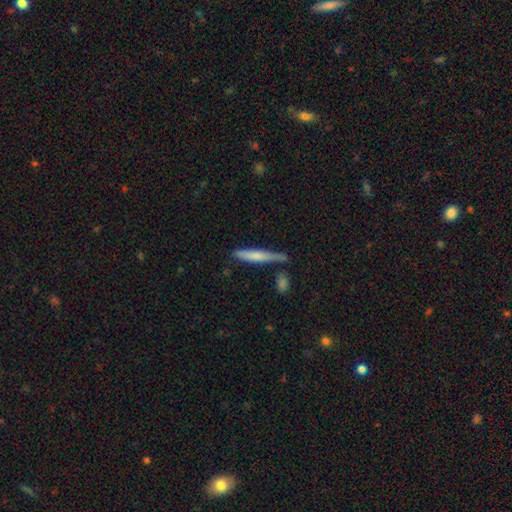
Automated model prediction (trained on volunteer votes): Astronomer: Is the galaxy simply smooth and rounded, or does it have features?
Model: smooth — 65%.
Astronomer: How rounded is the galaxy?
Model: cigar-shaped — 93%.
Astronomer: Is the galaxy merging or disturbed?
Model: none — 68%.